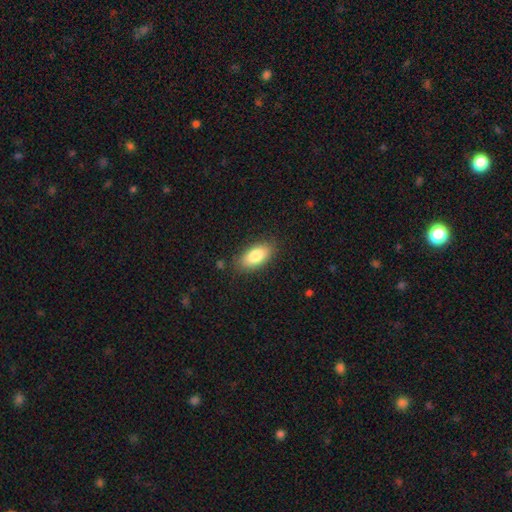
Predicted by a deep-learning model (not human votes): A smooth galaxy with no disk features (83%) that is in between round and cigar-shaped (89%). Merging: none (84%).